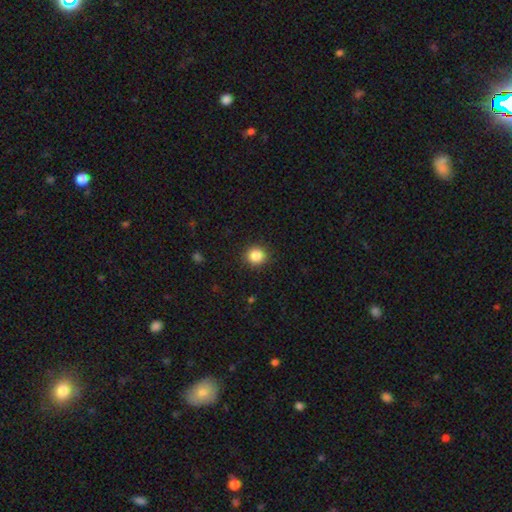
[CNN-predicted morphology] smooth 85%, star or artifact 11%, featured or disk 4%. Down the decision tree: how rounded — round (88%); merging — none (91%).